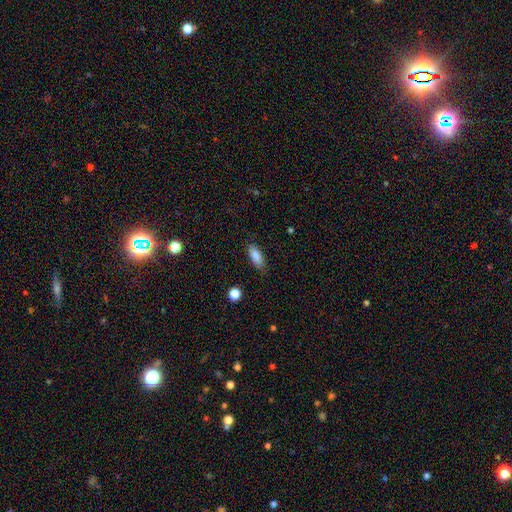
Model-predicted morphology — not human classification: Smooth or featured? Predicted: smooth (p=0.87). How rounded? Predicted: in between (p=0.74). Merging? Predicted: none (p=0.82).